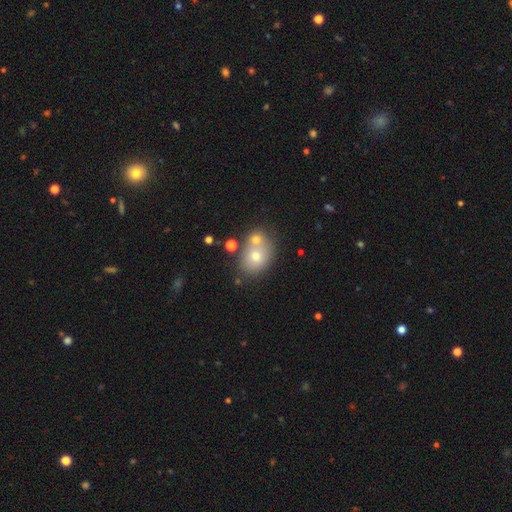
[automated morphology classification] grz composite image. It shows a smooth galaxy with no disk features (68%) that is in between round and cigar-shaped (53%). Merging: none (48%).